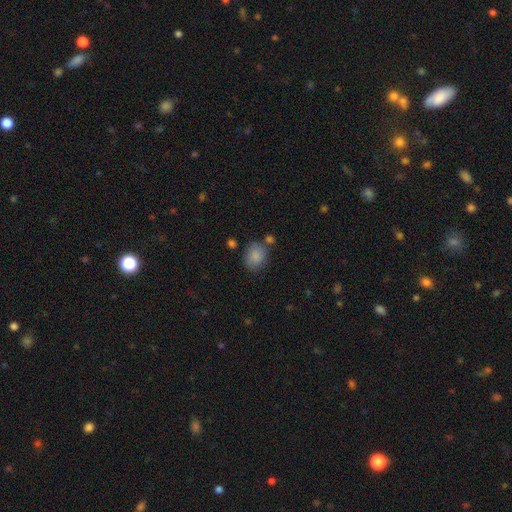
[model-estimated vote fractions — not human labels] A smooth galaxy with no disk features (85%) that is round (55%). Merging: none (66%).